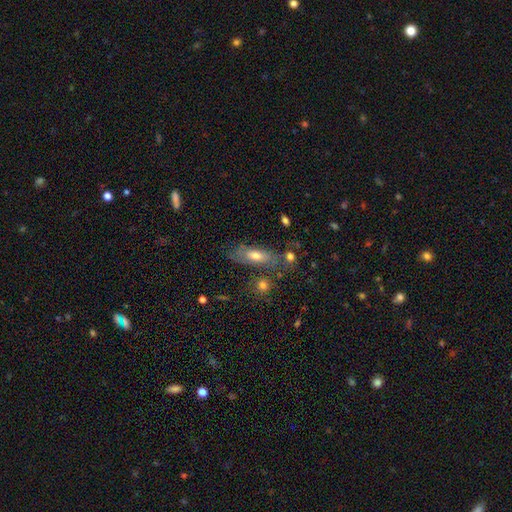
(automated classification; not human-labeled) Morphology: type=smooth (51%); roundness=in between (64%); merging=none (61%).